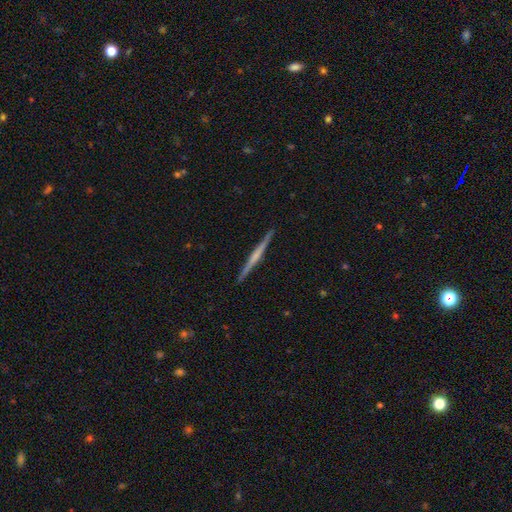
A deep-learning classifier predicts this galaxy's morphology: featured or disk 70%, smooth 25%, star or artifact 5%. Down the decision tree: edge-on disk — yes (98%); edge-on bulge — rounded (43%); merging — none (92%).